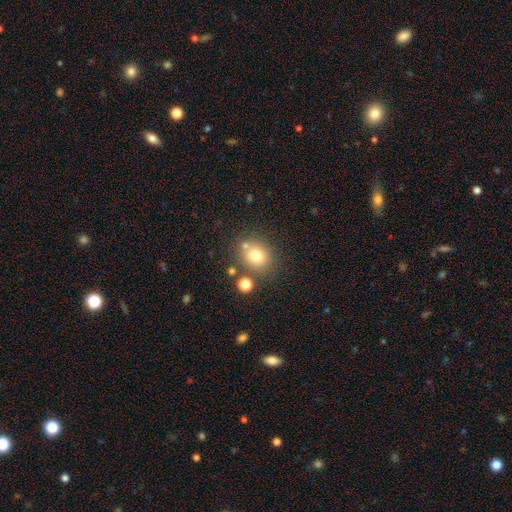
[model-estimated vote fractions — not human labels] Morphology: type=smooth (75%); roundness=round (78%); merging=none (71%).